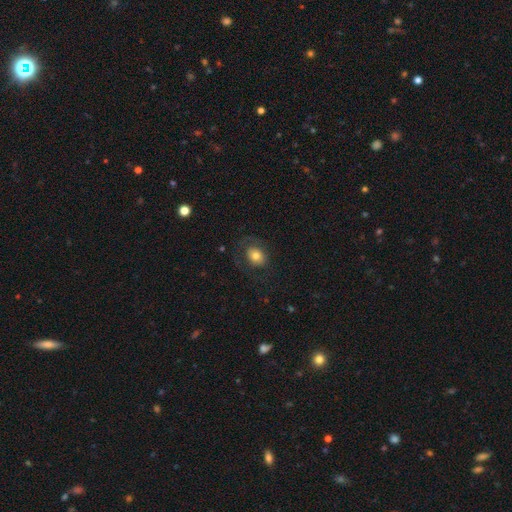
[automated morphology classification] The model was most divided on "how rounded": in between: 59%, round: 40%, cigar-shaped: 1%. More confident: smooth or featured — smooth (71%); merging — none (63%).